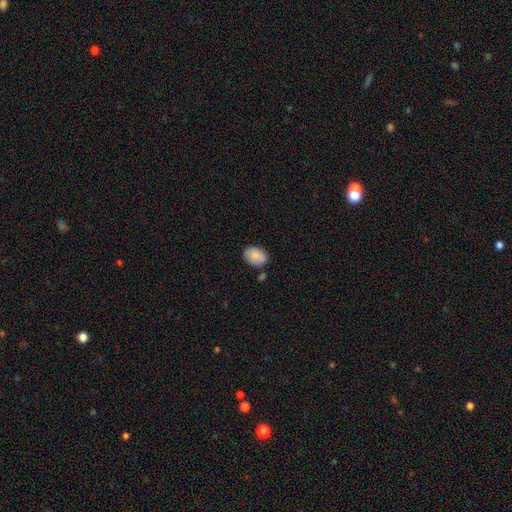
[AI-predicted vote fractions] This appears to be a smooth galaxy with no disk features (84%) that is in between round and cigar-shaped (77%). Merging: none (74%).